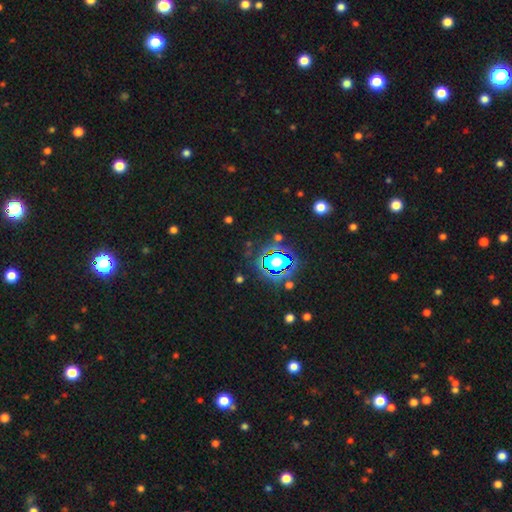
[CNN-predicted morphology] A star or artifact, not a galaxy (81%).

Vote fractions:
- Smooth or featured? star or artifact: 81% / smooth: 11% / featured or disk: 8%